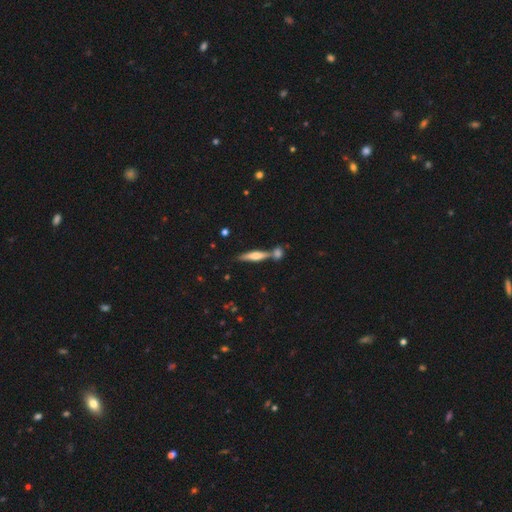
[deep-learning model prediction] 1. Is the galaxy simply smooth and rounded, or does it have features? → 51% featured or disk, 42% smooth, 7% star or artifact.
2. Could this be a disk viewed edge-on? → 94% yes, 6% no.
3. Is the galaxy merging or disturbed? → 62% none, 25% merger, 9% minor disturbance, 3% major disturbance.